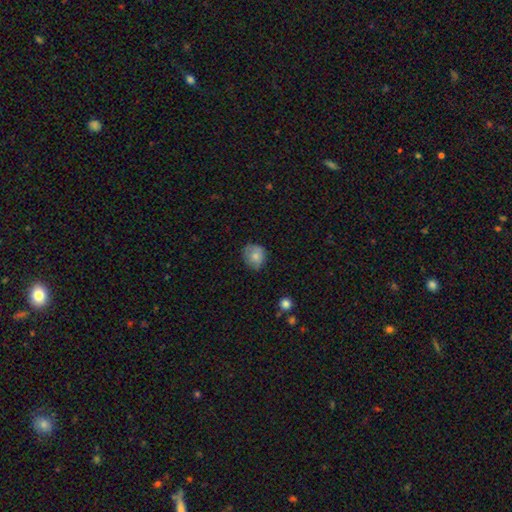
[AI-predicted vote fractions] smooth 77%, featured or disk 15%, star or artifact 8%. Down the decision tree: how rounded — round (72%); merging — none (66%).